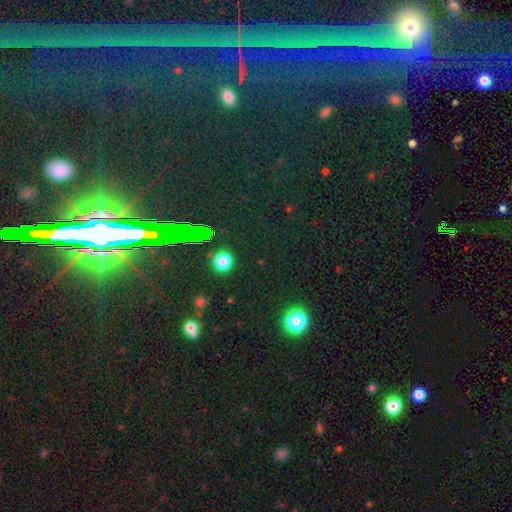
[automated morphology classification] This appears to be a star or artifact, not a galaxy (75%).